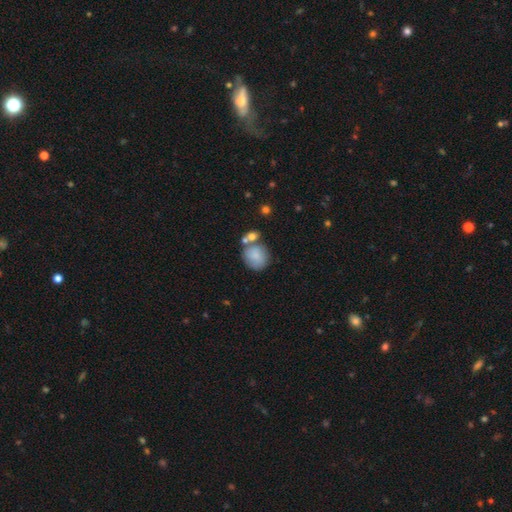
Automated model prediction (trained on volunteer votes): smooth-or-featured: smooth: 80% | featured or disk: 12% | star or artifact: 8%
  how-rounded: round: 77% | in between: 22% | cigar-shaped: 1%
  merging: none: 54% | merger: 23% | minor disturbance: 17% | major disturbance: 6%